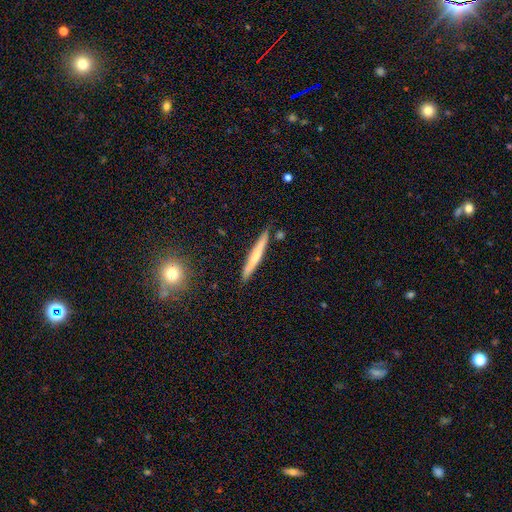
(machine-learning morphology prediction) Smooth or featured: smooth — 53% (featured or disk — 41%)
How rounded: cigar-shaped — 96% (in between — 3%)
Merging: none — 87% (minor disturbance — 9%)